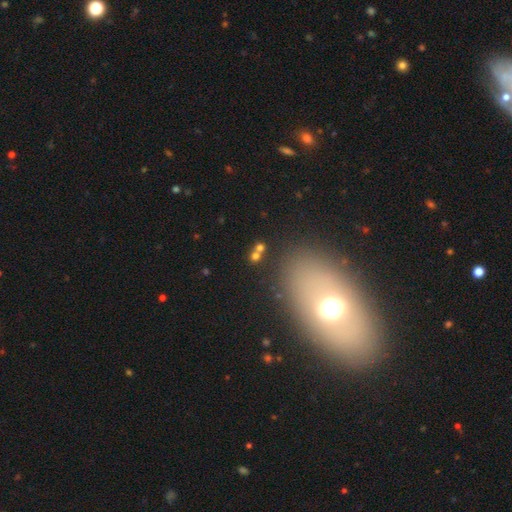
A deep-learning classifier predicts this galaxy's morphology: This appears to be a smooth galaxy with no disk features (59%) that is round (61%). Merging: none (52%).